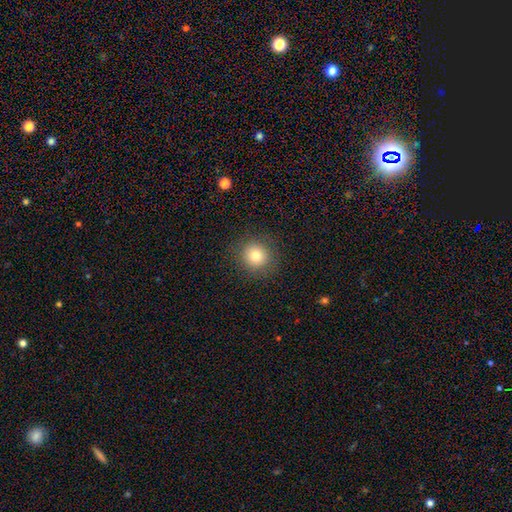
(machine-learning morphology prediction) Smooth or featured?
  - smooth: 79% *
  - star or artifact: 12%
  - featured or disk: 9%
How rounded?
  - round: 90% *
  - in between: 9%
  - cigar-shaped: 1%
Merging?
  - none: 89% *
  - minor disturbance: 7%
  - major disturbance: 3%
  - merger: 1%